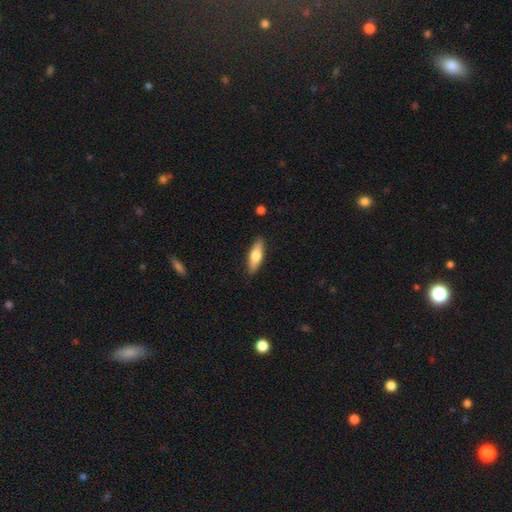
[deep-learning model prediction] smooth_or_featured: smooth (p=0.66) [alt: featured or disk p=0.28]
how_rounded: in between (p=0.49) [tied with: cigar-shaped p=0.49]
merging: none (p=0.88) [alt: minor disturbance p=0.09]